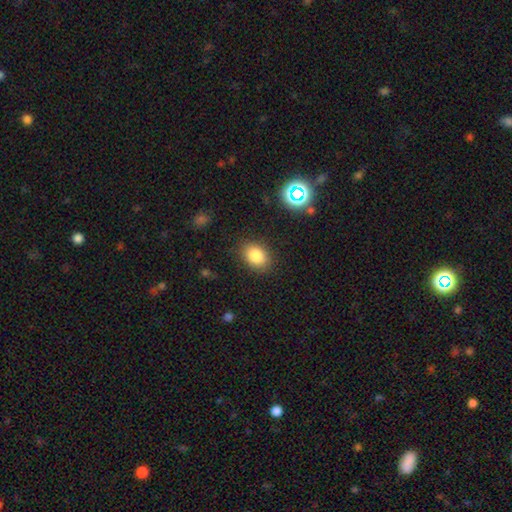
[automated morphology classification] The model was most divided on "how rounded": in between: 69%, round: 30%, cigar-shaped: 1%. More confident: merging — none (86%); smooth or featured — smooth (82%).